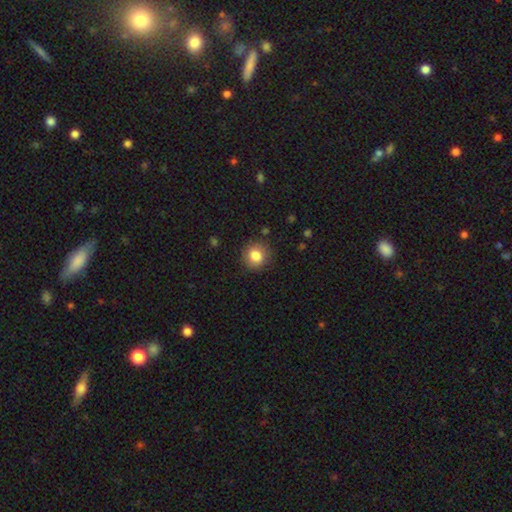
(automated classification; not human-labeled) Smooth or featured? Predicted: smooth (p=0.84). How rounded? Predicted: round (p=0.83). Merging? Predicted: none (p=0.86).